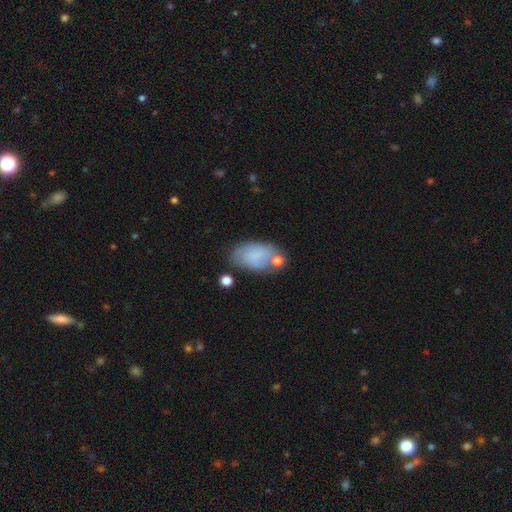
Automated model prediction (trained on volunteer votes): Smooth or featured? smooth (75%)
How rounded? in between (93%)
Merging? none (58%)